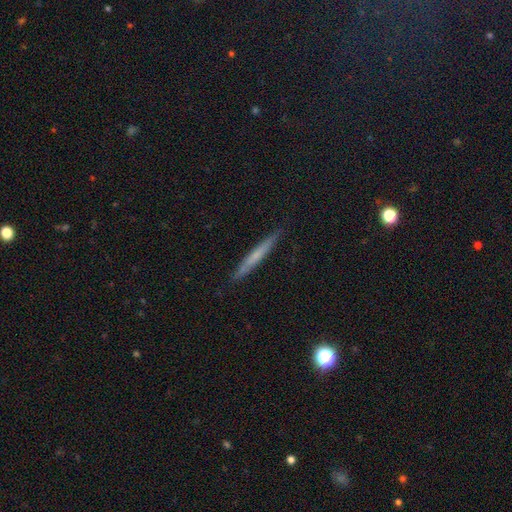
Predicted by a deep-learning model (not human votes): smooth_or_featured: smooth (p=0.53) [alt: featured or disk p=0.41]
how_rounded: cigar-shaped (p=0.96) [alt: in between p=0.02]
merging: none (p=0.90) [alt: minor disturbance p=0.08]